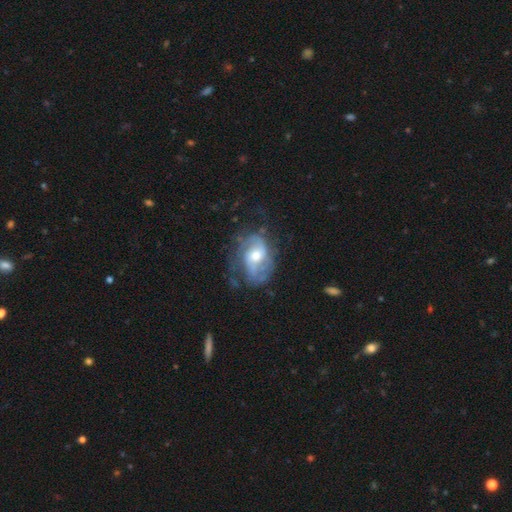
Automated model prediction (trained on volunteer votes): Smooth or featured? Predicted: featured or disk (p=0.75). Edge-on disk? Predicted: no (p=0.97). Bar? Predicted: no (p=0.58). Spiral arms? Predicted: yes (p=0.84). Spiral winding? Predicted: medium (p=0.42). Spiral arm count? Predicted: 2 (p=0.50). Bulge size? Predicted: moderate (p=0.67). Merging? Predicted: none (p=0.53).